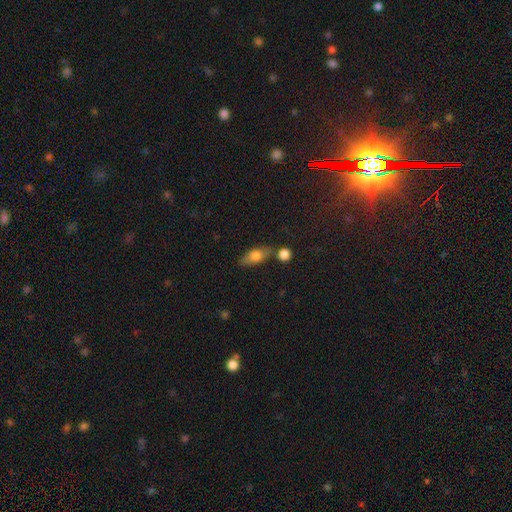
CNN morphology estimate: A smooth galaxy with no disk features (67%) that is in between round and cigar-shaped (72%). Merging: none (68%).